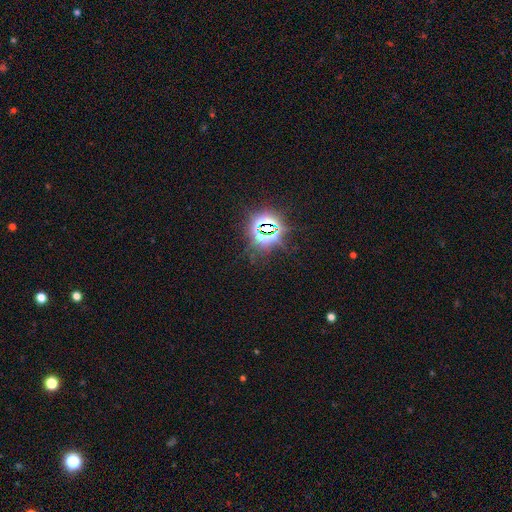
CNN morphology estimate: Overall: star or artifact (80%).